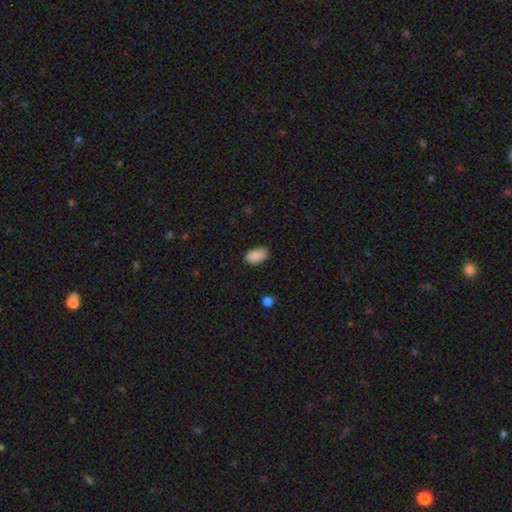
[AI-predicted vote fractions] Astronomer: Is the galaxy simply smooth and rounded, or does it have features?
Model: smooth — 88%.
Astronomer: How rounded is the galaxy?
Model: in between — 93%.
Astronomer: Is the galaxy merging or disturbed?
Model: none — 76%.